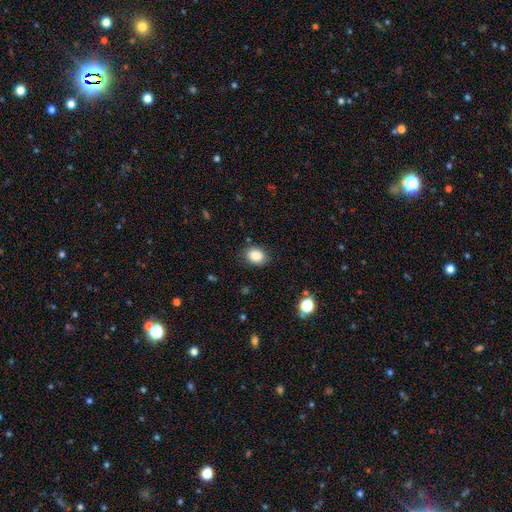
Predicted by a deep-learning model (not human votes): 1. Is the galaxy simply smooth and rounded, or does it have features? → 86% smooth, 9% star or artifact, 5% featured or disk.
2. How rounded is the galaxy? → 54% in between, 45% round, 1% cigar-shaped.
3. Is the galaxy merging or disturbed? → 84% none, 12% minor disturbance, 3% major disturbance, 1% merger.